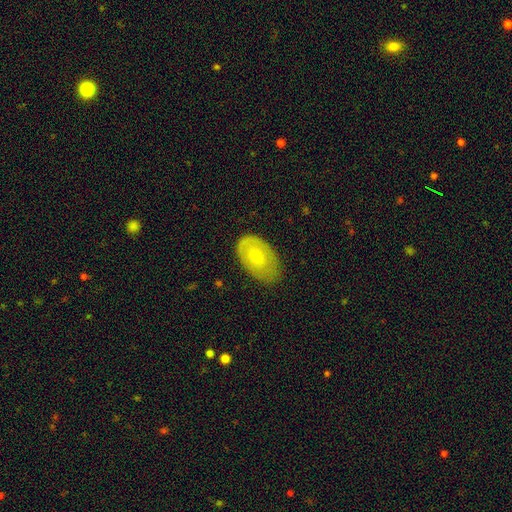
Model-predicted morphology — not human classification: Smooth or featured?
  - smooth: 54% *
  - featured or disk: 39%
  - star or artifact: 7%
How rounded?
  - in between: 90% *
  - round: 9%
  - cigar-shaped: 1%
Merging?
  - none: 72% *
  - minor disturbance: 21%
  - major disturbance: 6%
  - merger: 1%